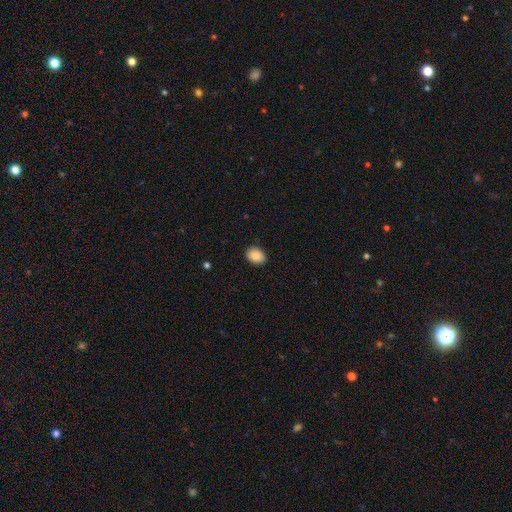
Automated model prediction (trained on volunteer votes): This is clearly a smooth galaxy (88%). How rounded: likely in between (70%). Merging: clearly none (89%).